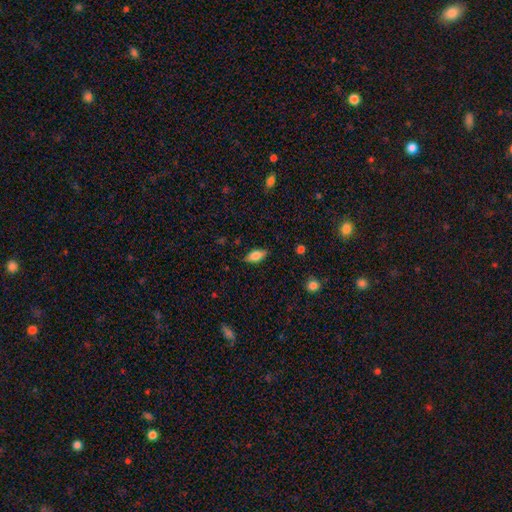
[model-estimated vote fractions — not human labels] Morphology: type=smooth (75%); roundness=in between (84%); merging=none (85%).